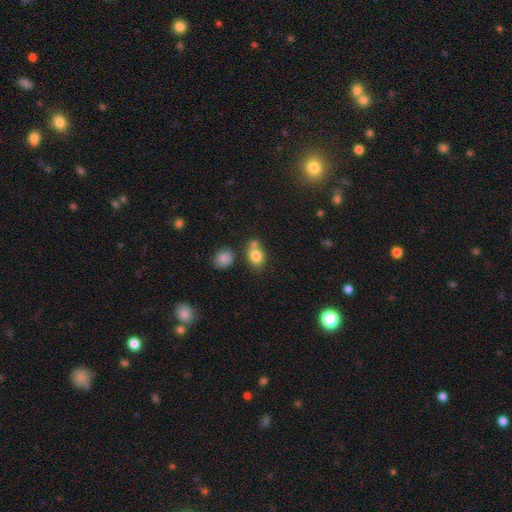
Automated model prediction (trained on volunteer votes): A smooth galaxy with no disk features (80%) that is in between round and cigar-shaped (54%). Merging: none (49%).